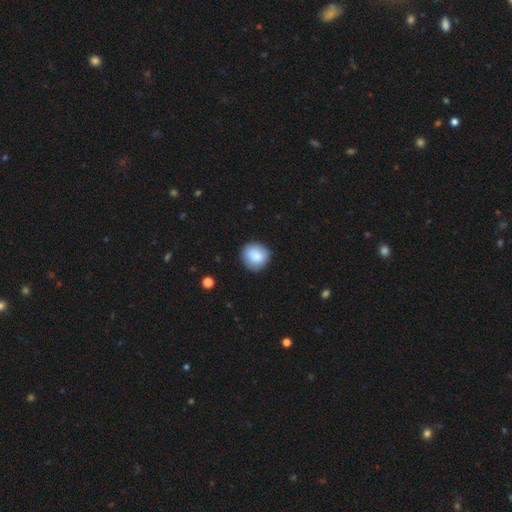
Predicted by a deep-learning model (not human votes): A smooth galaxy with no disk features (87%) that is round (89%).

Vote fractions:
- Smooth or featured? smooth: 87% / star or artifact: 7% / featured or disk: 6%
- How rounded? round: 89% / in between: 10% / cigar-shaped: 1%
- Merging? none: 86% / minor disturbance: 10% / major disturbance: 2% / merger: 1%